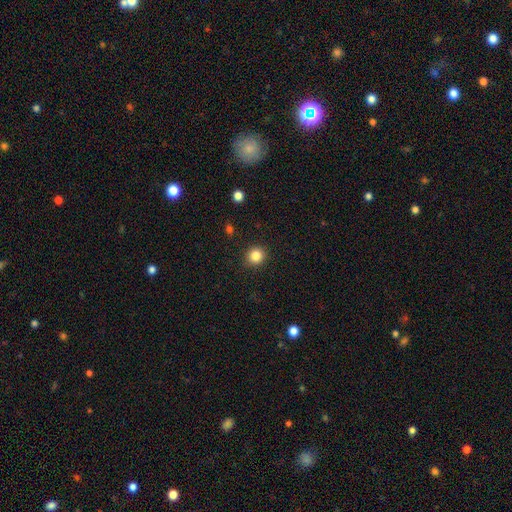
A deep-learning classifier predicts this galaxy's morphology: A smooth galaxy with no disk features (84%) that is round (88%). Merging: none (91%).